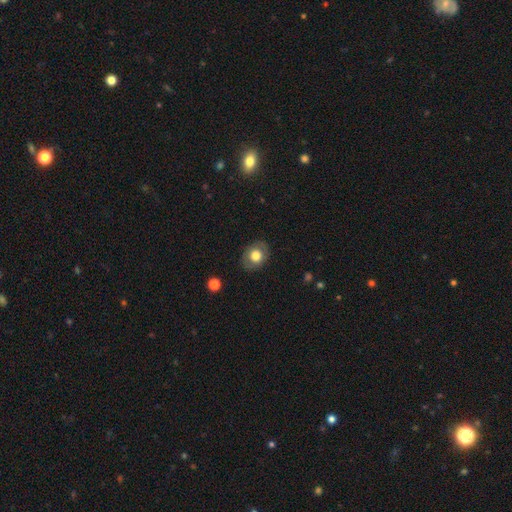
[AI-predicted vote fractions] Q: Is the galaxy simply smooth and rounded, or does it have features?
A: smooth — 71%.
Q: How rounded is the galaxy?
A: in between — 50%.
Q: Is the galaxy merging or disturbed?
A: none — 84%.